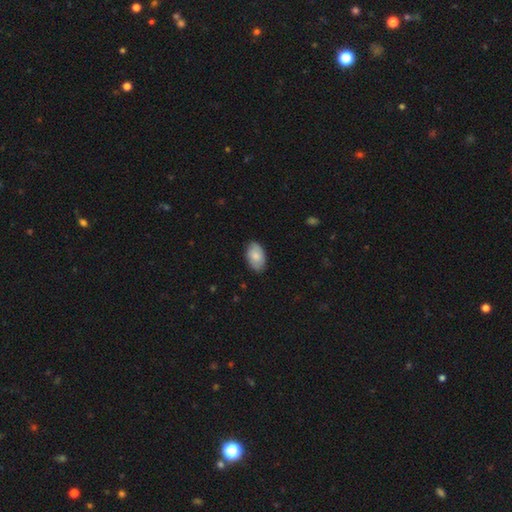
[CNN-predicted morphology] Smooth or featured?
  - smooth: 78% *
  - featured or disk: 16%
  - star or artifact: 6%
How rounded?
  - in between: 94% *
  - round: 5%
  - cigar-shaped: 1%
Merging?
  - none: 84% *
  - minor disturbance: 13%
  - major disturbance: 2%
  - merger: 1%